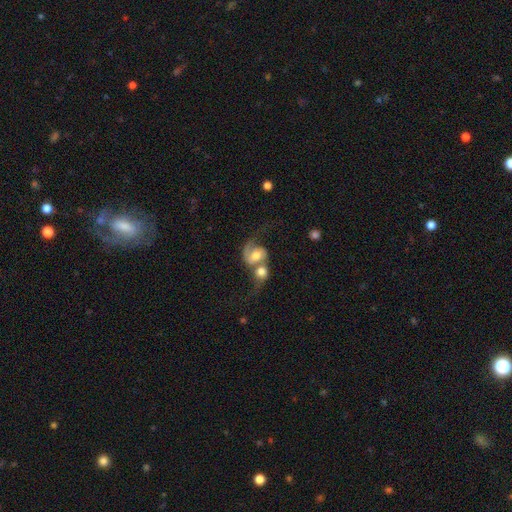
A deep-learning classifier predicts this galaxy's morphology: A featured or disk galaxy (59%) with no bar (62%), spiral arms (84%) and a moderate central bulge (54%). Merging: merger (75%).